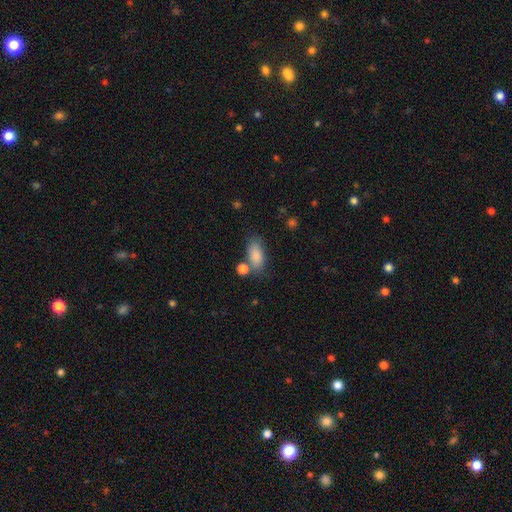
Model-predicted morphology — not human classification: Smooth or featured: smooth — 86% (star or artifact — 8%)
How rounded: in between — 88% (cigar-shaped — 7%)
Merging: none — 61% (minor disturbance — 17%)